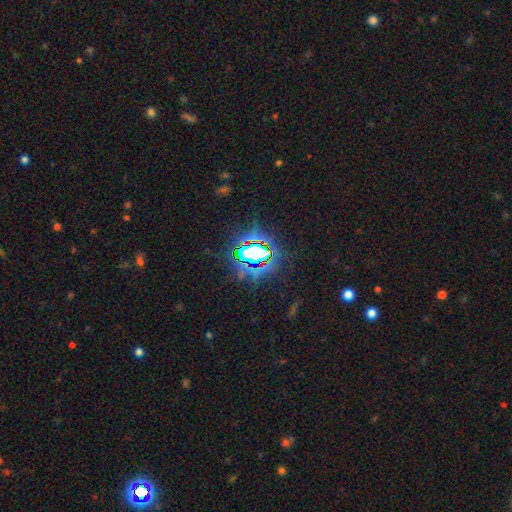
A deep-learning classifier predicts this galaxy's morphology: smooth-or-featured: star or artifact: 73% | smooth: 16% | featured or disk: 11%